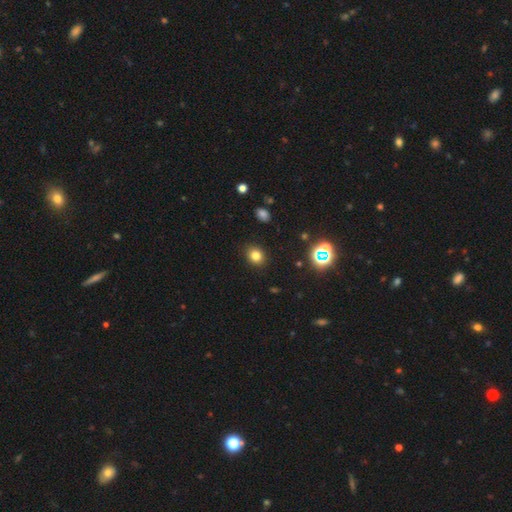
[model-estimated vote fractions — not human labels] Q: Smooth or featured?
A: smooth (78%); runner-up: star or artifact (15%)
Q: How rounded?
A: round (61%); runner-up: in between (38%)
Q: Merging?
A: none (89%); runner-up: minor disturbance (8%)